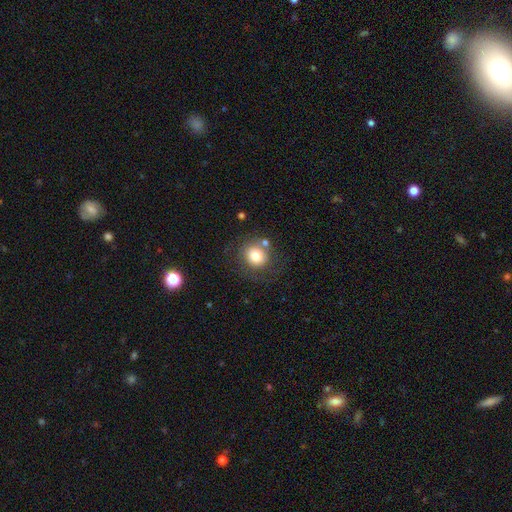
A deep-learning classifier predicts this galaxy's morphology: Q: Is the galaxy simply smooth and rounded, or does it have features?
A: smooth — 77%.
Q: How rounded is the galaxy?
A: round — 85%.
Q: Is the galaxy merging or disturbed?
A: none — 72%.